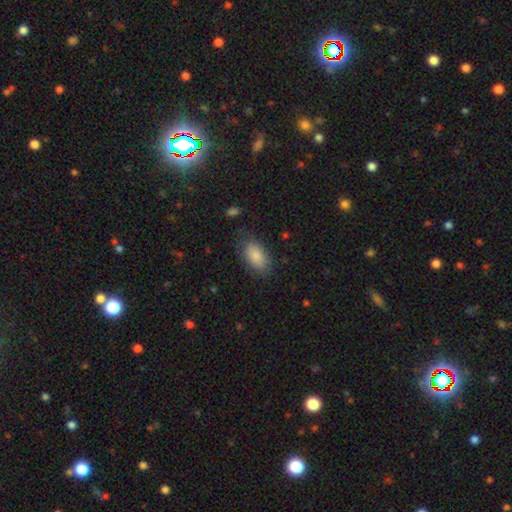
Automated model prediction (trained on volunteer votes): Smooth or featured?
  - smooth: 87% *
  - featured or disk: 7%
  - star or artifact: 7%
How rounded?
  - in between: 93% *
  - round: 5%
  - cigar-shaped: 3%
Merging?
  - none: 77% *
  - minor disturbance: 16%
  - major disturbance: 5%
  - merger: 1%